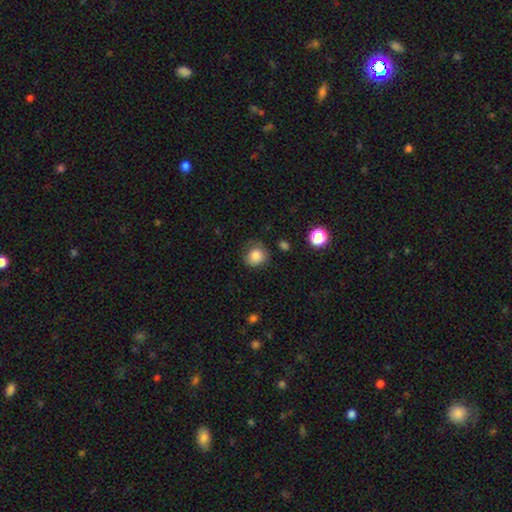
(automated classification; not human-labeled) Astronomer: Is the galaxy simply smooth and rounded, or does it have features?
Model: smooth — 82%.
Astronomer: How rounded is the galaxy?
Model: round — 78%.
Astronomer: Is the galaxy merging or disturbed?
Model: none — 67%.